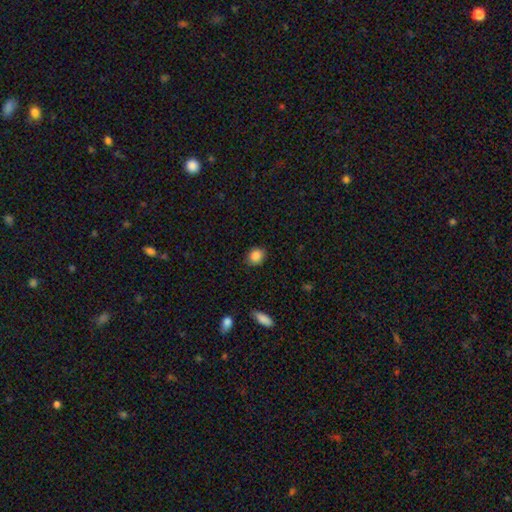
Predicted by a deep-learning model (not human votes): Morphology: type=smooth (87%); roundness=round (67%); merging=none (87%).